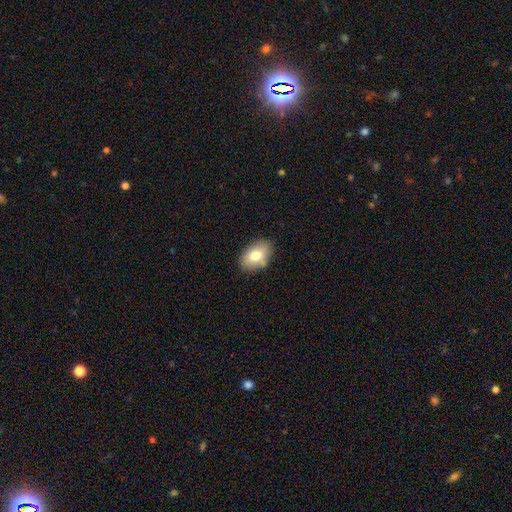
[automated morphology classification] Smooth or featured?
  - smooth: 77% *
  - featured or disk: 16%
  - star or artifact: 8%
How rounded?
  - in between: 89% *
  - round: 10%
  - cigar-shaped: 1%
Merging?
  - none: 79% *
  - minor disturbance: 15%
  - major disturbance: 3%
  - merger: 3%